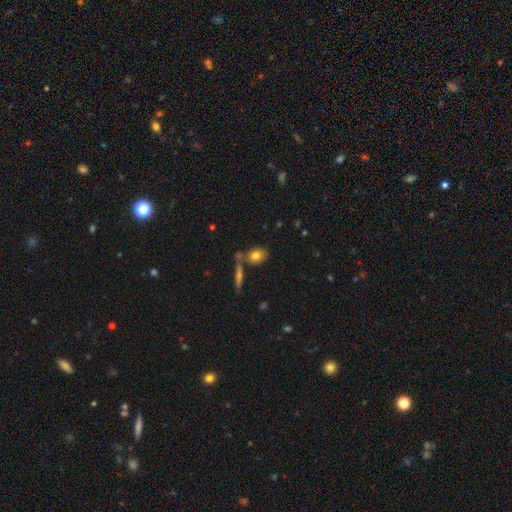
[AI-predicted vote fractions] Overall: smooth (77%). How rounded: in between (64%; round 30%). Merging: none (65%).